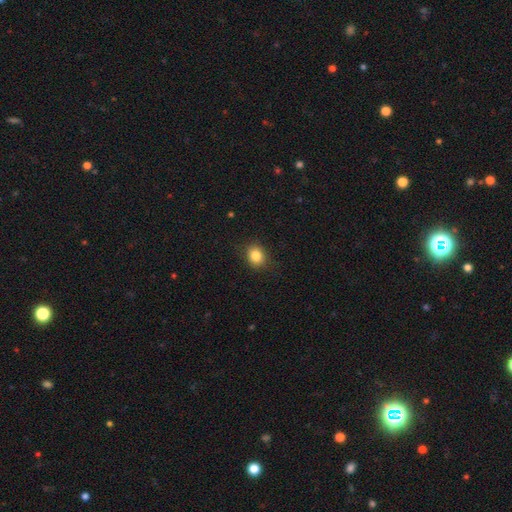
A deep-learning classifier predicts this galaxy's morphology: This is clearly a smooth galaxy (84%). How rounded: likely round (61%). Merging: clearly none (86%).